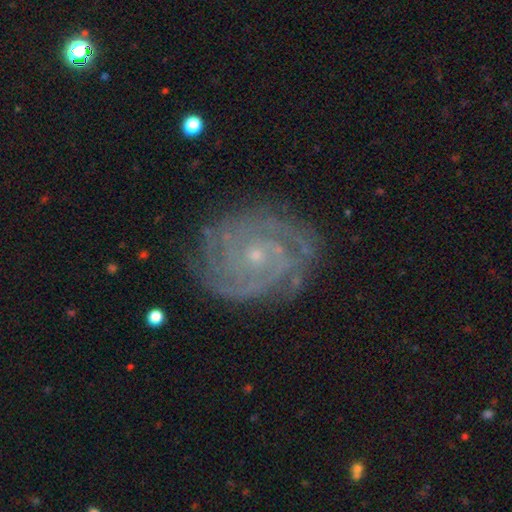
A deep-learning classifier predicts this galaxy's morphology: Smooth or featured? featured or disk (87%)
Edge-on disk? no (97%)
Bar? no (79%)
Spiral arms? yes (97%)
Spiral winding? tight (78%)
Spiral arm count? can't tell (25%)
Bulge size? small (83%)
Merging? none (78%)